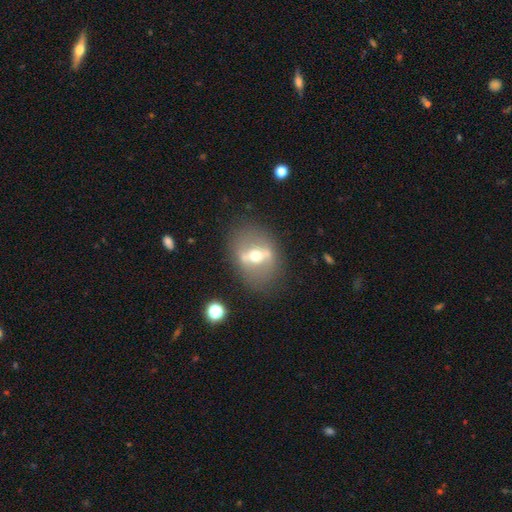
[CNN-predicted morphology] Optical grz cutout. It shows a featured or disk galaxy (69%). Merging: none (76%).